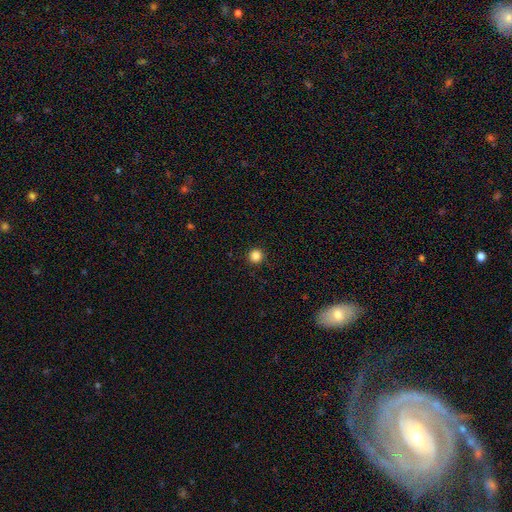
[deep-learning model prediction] The model was most divided on "smooth or featured": smooth: 85%, star or artifact: 11%, featured or disk: 3%. More confident: how rounded — round (96%); merging — none (93%).